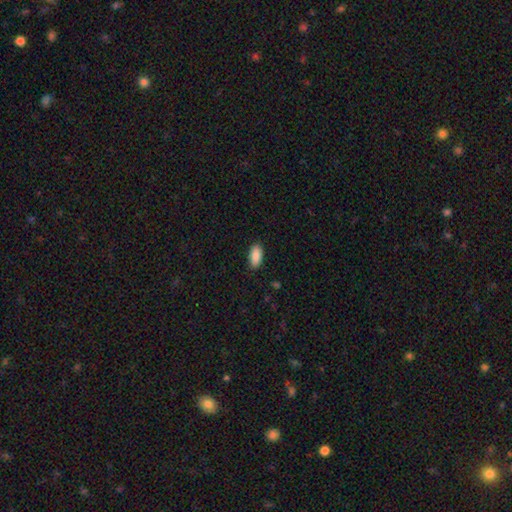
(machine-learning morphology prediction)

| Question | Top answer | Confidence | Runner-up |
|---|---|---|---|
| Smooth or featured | smooth | 90% | star or artifact (6%) |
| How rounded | in between | 90% | cigar-shaped (8%) |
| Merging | none | 87% | minor disturbance (10%) |